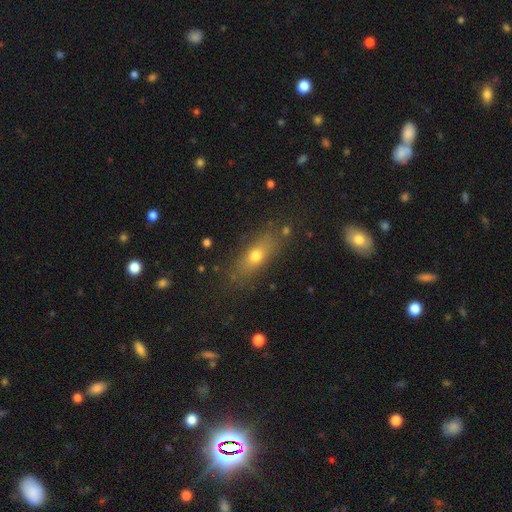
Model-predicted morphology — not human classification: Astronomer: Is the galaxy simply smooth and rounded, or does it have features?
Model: smooth — 66%.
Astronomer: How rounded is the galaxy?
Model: in between — 58% (runner-up: cigar-shaped, 34%).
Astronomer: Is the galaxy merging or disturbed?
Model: none — 79%.